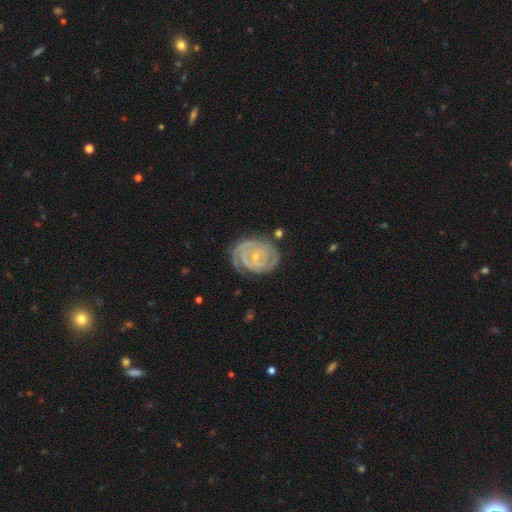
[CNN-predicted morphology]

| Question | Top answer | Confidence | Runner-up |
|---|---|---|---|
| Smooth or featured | featured or disk | 88% | smooth (6%) |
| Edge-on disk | no | 98% | yes (2%) |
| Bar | no | 56% | weak (33%) |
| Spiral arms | yes | 97% | no (3%) |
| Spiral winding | tight | 81% | medium (16%) |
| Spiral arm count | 2 | 49% | 3 (19%) |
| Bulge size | small | 78% | moderate (17%) |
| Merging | none | 73% | minor disturbance (18%) |